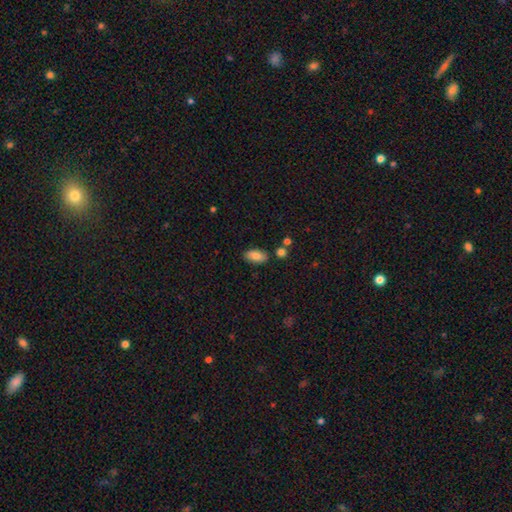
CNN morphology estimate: smooth 82%, featured or disk 10%, star or artifact 8%. Down the decision tree: how rounded — in between (92%); merging — none (81%).